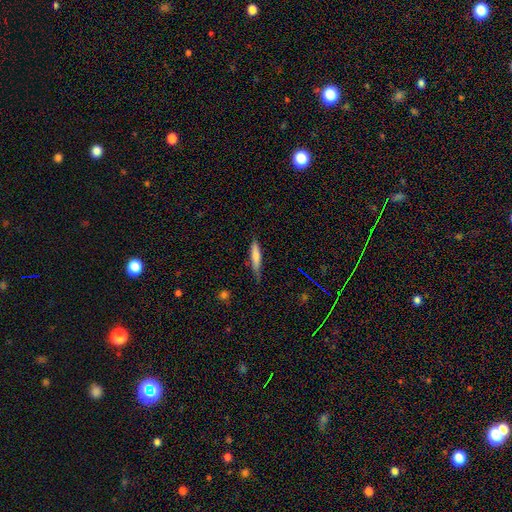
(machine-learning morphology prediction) type=smooth (72%); roundness=cigar-shaped (86%); merging=none (70%).